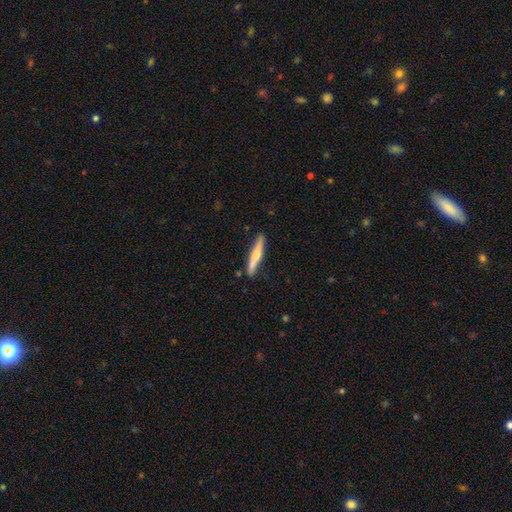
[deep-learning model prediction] Morphology: type=smooth (57%); roundness=cigar-shaped (93%); merging=none (84%).